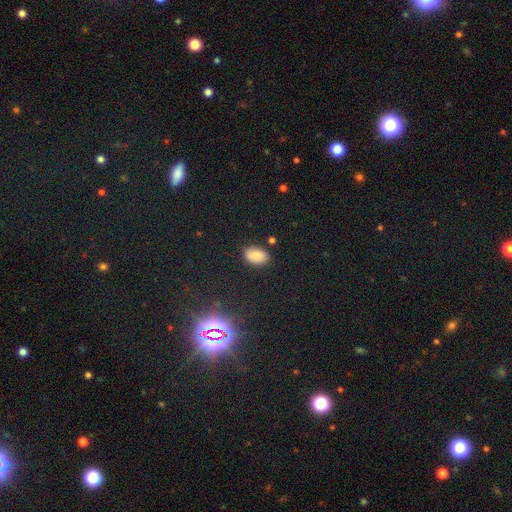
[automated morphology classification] This appears to be a smooth galaxy with no disk features (82%) that is in between round and cigar-shaped (92%). Merging: none (83%).